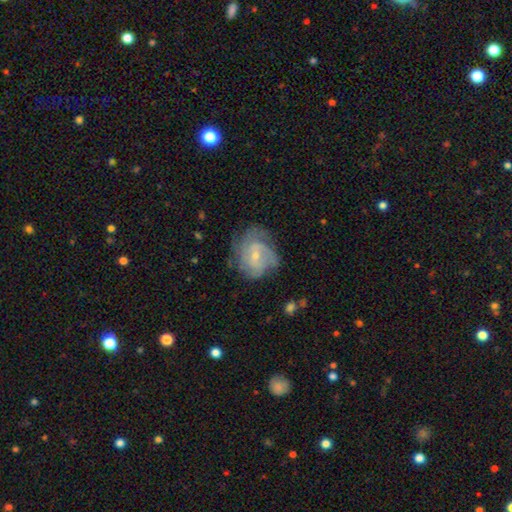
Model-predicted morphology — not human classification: Overall: featured or disk (70%). Edge-on disk: no (98%). Bar: no (49%; weak 44%). Spiral arms: yes (84%). Spiral arm count: can't tell (40%; 3 22%). Spiral winding: tight (45%; medium 40%). Bulge size: small (66%; moderate 28%). Merging: none (57%; minor disturbance 26%).